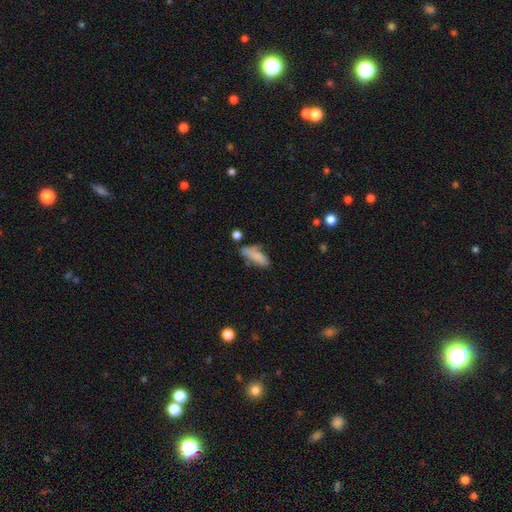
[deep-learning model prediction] Q: Smooth or featured?
A: smooth (78%); runner-up: featured or disk (15%)
Q: How rounded?
A: in between (65%); runner-up: cigar-shaped (33%)
Q: Merging?
A: none (47%); runner-up: minor disturbance (31%)